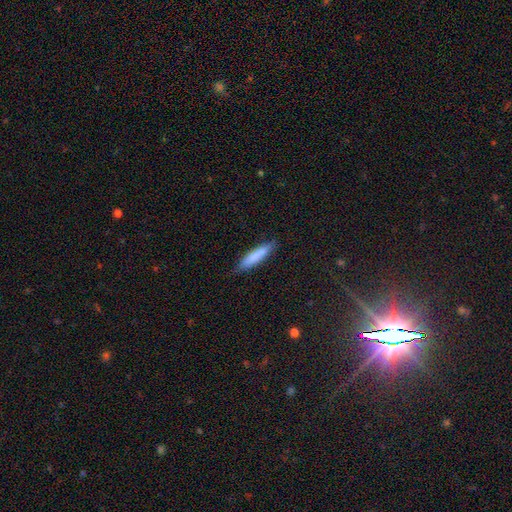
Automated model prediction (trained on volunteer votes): This is clearly a smooth galaxy (81%). How rounded: clearly cigar-shaped (82%). Merging: clearly none (81%).